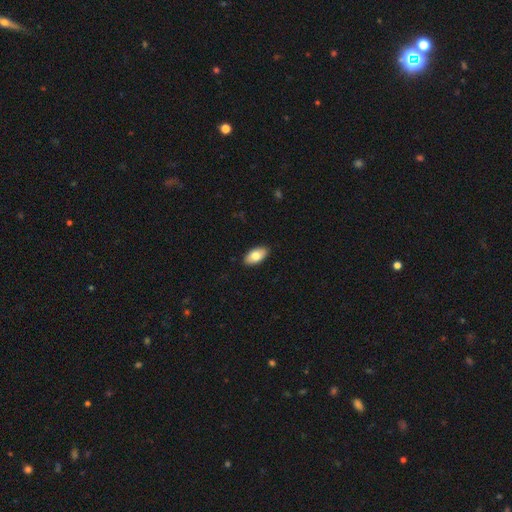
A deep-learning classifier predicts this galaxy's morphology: This is likely a smooth galaxy (79%). How rounded: clearly in between (94%). Merging: clearly none (89%).